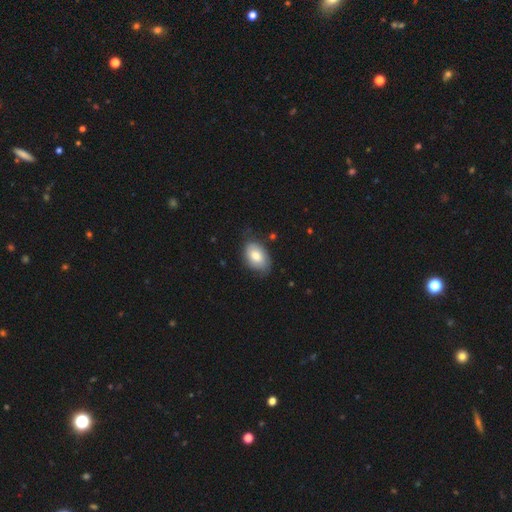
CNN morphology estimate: The model was most divided on "merging": none: 68%, minor disturbance: 25%, major disturbance: 5%, merger: 2%. More confident: how rounded — in between (90%); smooth or featured — smooth (72%).